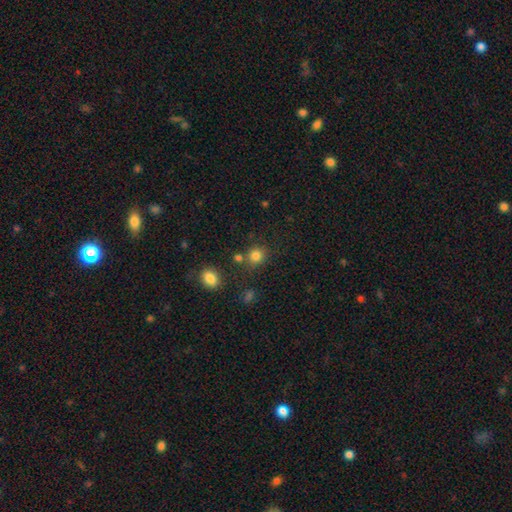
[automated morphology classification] The model was most divided on "merging": none: 74%, merger: 12%, minor disturbance: 10%, major disturbance: 4%. More confident: how rounded — round (85%); smooth or featured — smooth (82%).